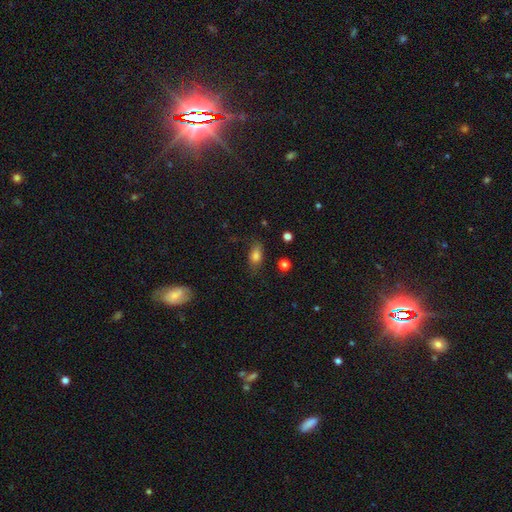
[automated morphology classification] smooth-or-featured: smooth: 80% | star or artifact: 10% | featured or disk: 10%
  how-rounded: in between: 82% | round: 9% | cigar-shaped: 9%
  merging: none: 74% | minor disturbance: 18% | major disturbance: 5% | merger: 2%